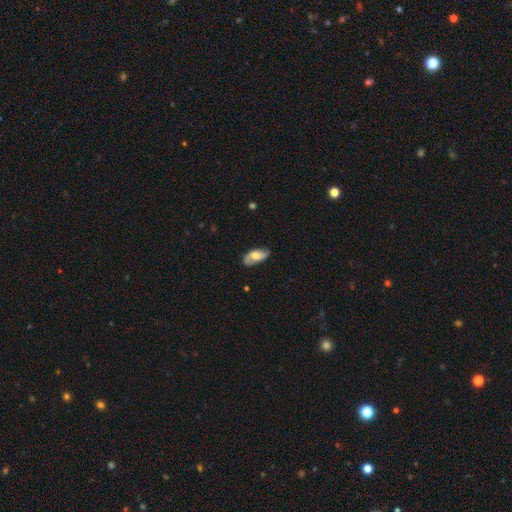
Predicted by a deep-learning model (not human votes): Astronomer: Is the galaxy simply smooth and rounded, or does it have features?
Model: featured or disk — 51% (runner-up: smooth, 42%).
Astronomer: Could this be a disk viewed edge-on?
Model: no — 91%.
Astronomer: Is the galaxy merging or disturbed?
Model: none — 74%.